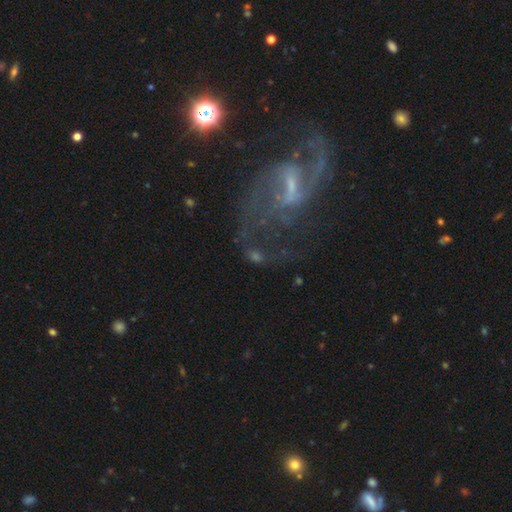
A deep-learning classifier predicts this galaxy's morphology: A featured or disk galaxy (68%) with a weak bar (39%), spiral arms (67%) and a small central bulge (43%). Merging: none (44%).